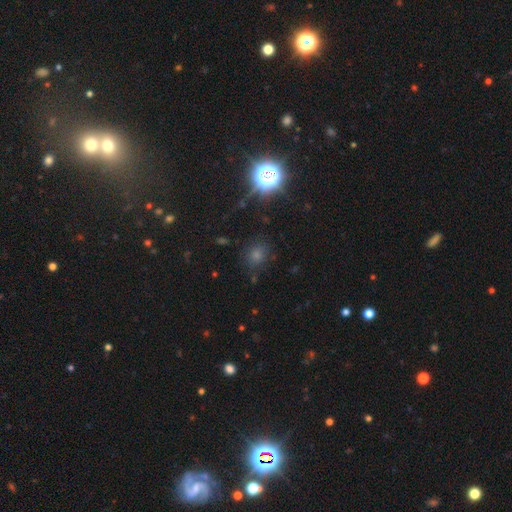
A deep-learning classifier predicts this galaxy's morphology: Smooth or featured: smooth — 51% (star or artifact — 40%)
How rounded: round — 78% (in between — 21%)
Merging: none — 83% (minor disturbance — 11%)